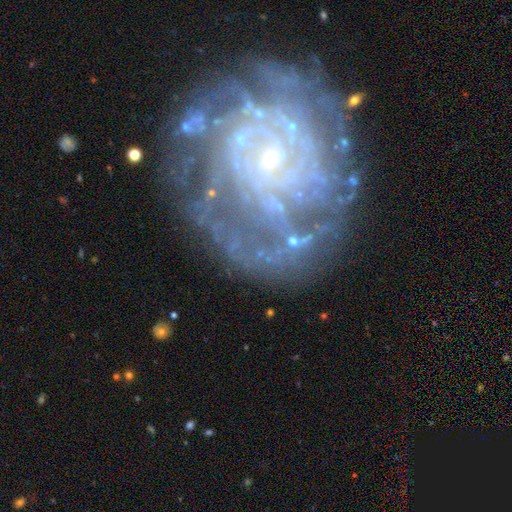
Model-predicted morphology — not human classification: This is clearly a featured or disk galaxy (83%). It is clearly not viewed edge-on (98%). Bar: likely no (77%). Spiral arm pattern: clearly yes (88%). Spiral arm count: marginally can't tell (41%). Spiral winding: likely tight (74%). Central bulge: clearly small (83%). Merging: likely none (69%).